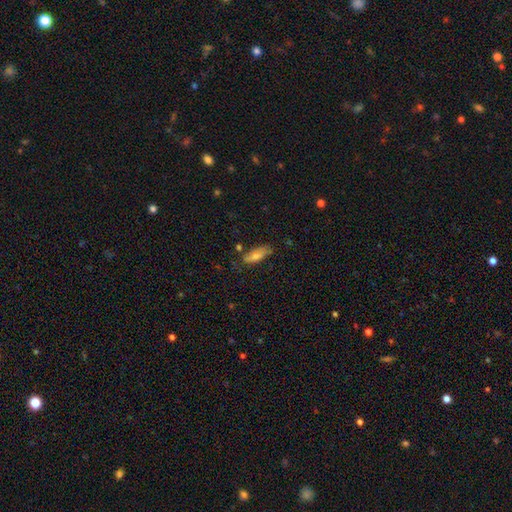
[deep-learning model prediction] This is likely a smooth galaxy (73%). How rounded: likely in between (61%). Merging: likely none (67%).